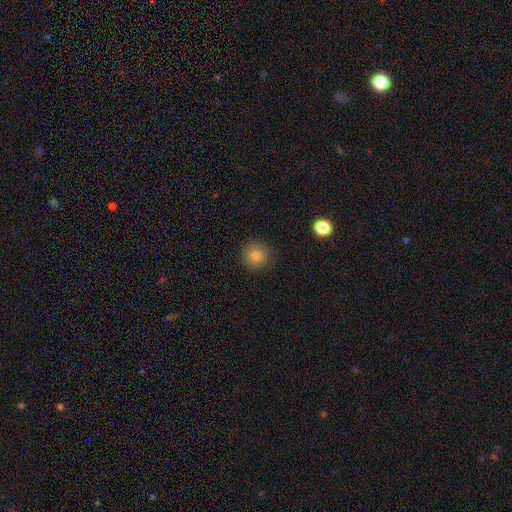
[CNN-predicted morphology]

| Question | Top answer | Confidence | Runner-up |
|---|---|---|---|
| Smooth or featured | smooth | 80% | star or artifact (11%) |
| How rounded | round | 95% | in between (4%) |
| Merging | none | 90% | minor disturbance (7%) |